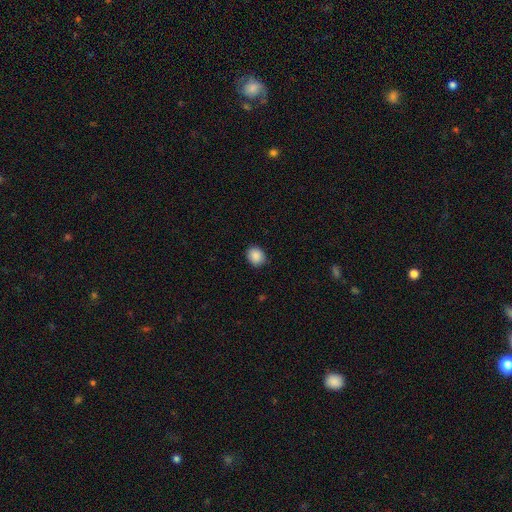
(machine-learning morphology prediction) This appears to be a smooth galaxy with no disk features (89%) that is round (63%). Merging: none (86%).